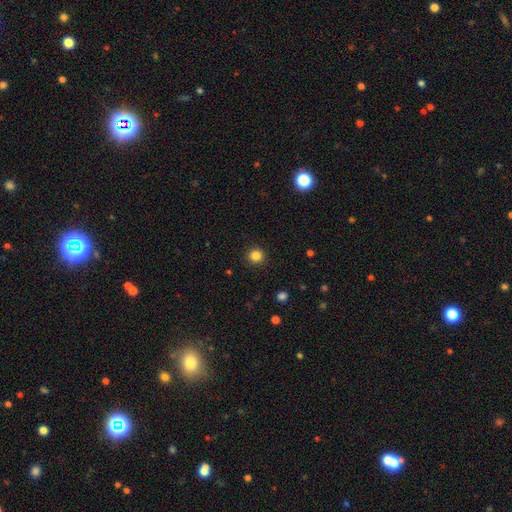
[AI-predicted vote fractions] Smooth or featured? Predicted: smooth (p=0.84). How rounded? Predicted: round (p=0.94). Merging? Predicted: none (p=0.92).